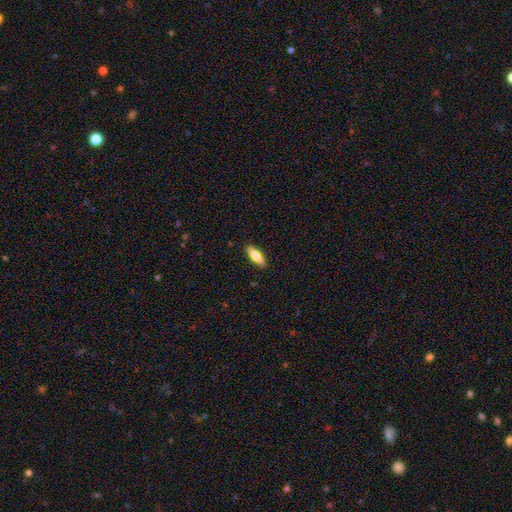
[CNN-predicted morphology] A smooth galaxy with no disk features (63%) that is in between round and cigar-shaped (50%).

Vote fractions:
- Smooth or featured? smooth: 63% / featured or disk: 31% / star or artifact: 6%
- How rounded? in between: 50% / cigar-shaped: 47% / round: 2%
- Merging? none: 90% / minor disturbance: 8% / major disturbance: 2% / merger: 1%